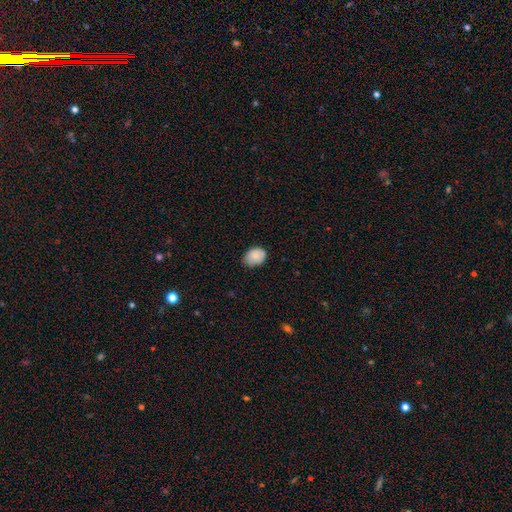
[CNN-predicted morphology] A smooth galaxy with no disk features (86%) that is in between round and cigar-shaped (69%).

Vote fractions:
- Smooth or featured? smooth: 86% / star or artifact: 7% / featured or disk: 7%
- How rounded? in between: 69% / round: 30% / cigar-shaped: 1%
- Merging? none: 72% / minor disturbance: 24% / major disturbance: 3% / merger: 1%